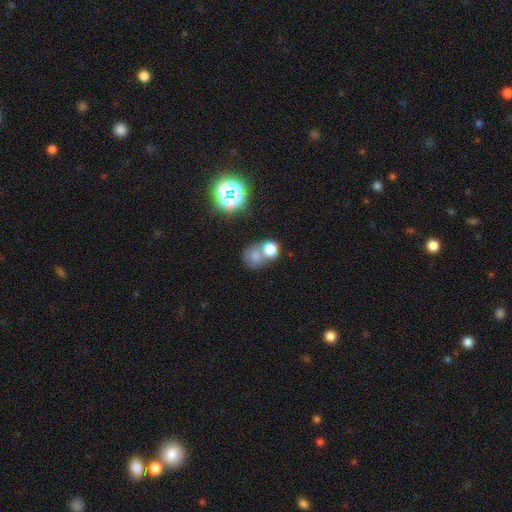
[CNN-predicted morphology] smooth-or-featured: smooth: 65% | star or artifact: 22% | featured or disk: 14%
  how-rounded: round: 71% | in between: 28% | cigar-shaped: 1%
  merging: merger: 44% | none: 39% | minor disturbance: 10% | major disturbance: 7%